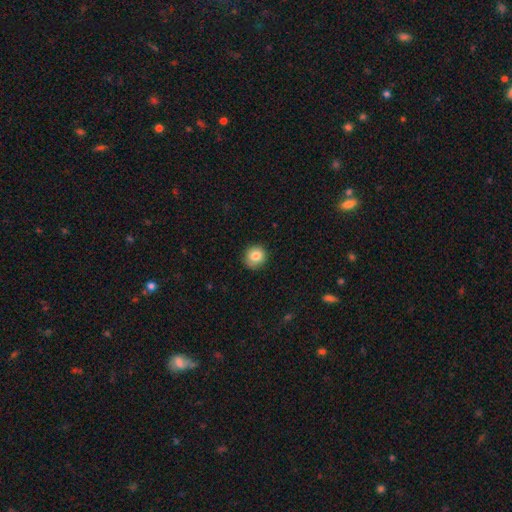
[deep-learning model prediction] Overall: smooth (83%). How rounded: round (89%). Merging: none (87%).